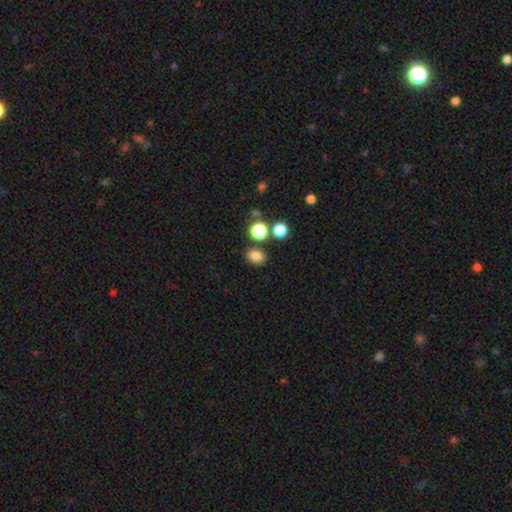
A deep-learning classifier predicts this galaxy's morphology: This is clearly a smooth galaxy (81%). How rounded: possibly in between (51%). Merging: clearly none (81%).